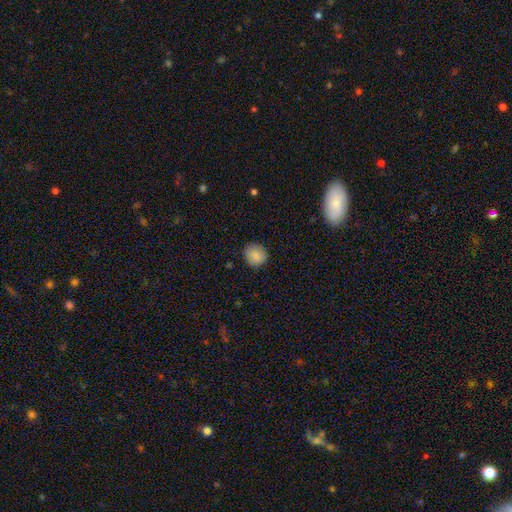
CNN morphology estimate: A smooth galaxy with no disk features (88%) that is round (87%).

Vote fractions:
- Smooth or featured? smooth: 88% / star or artifact: 8% / featured or disk: 4%
- How rounded? round: 87% / in between: 12% / cigar-shaped: 1%
- Merging? none: 88% / minor disturbance: 9% / major disturbance: 2% / merger: 1%